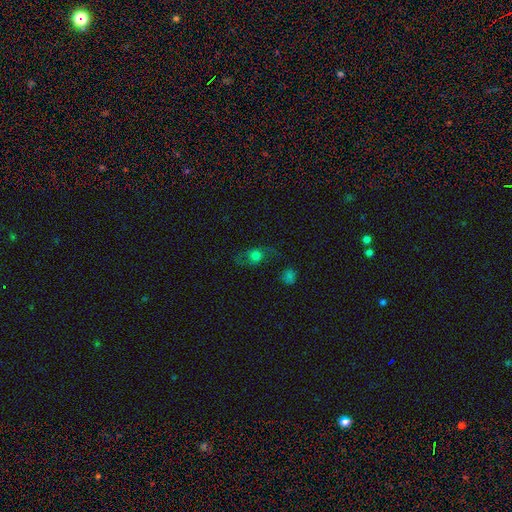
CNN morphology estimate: type=smooth (55%); roundness=in between (51%); merging=none (57%).